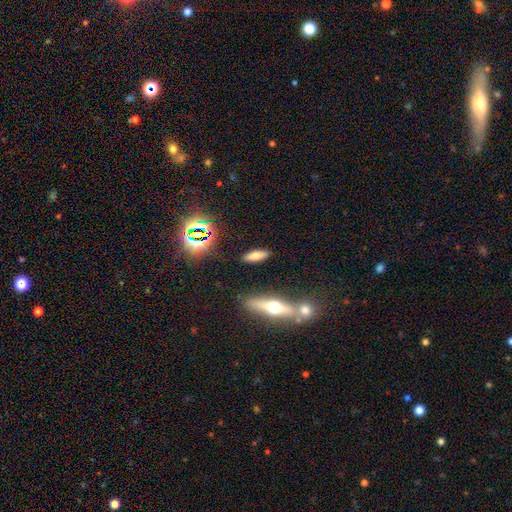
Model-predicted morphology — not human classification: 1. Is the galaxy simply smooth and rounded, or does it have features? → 68% smooth, 17% featured or disk, 14% star or artifact.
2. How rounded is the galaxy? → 54% in between, 42% cigar-shaped, 4% round.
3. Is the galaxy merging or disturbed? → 87% none, 8% minor disturbance, 3% major disturbance, 2% merger.